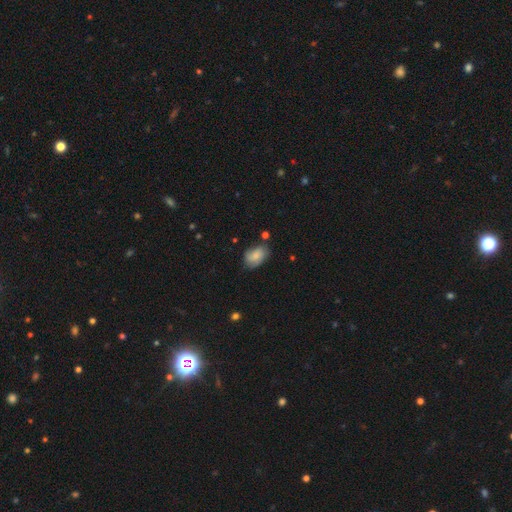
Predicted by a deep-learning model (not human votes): smooth-or-featured: smooth: 66% | featured or disk: 26% | star or artifact: 8%
  how-rounded: in between: 86% | round: 12% | cigar-shaped: 2%
  merging: none: 62% | minor disturbance: 27% | major disturbance: 7% | merger: 4%